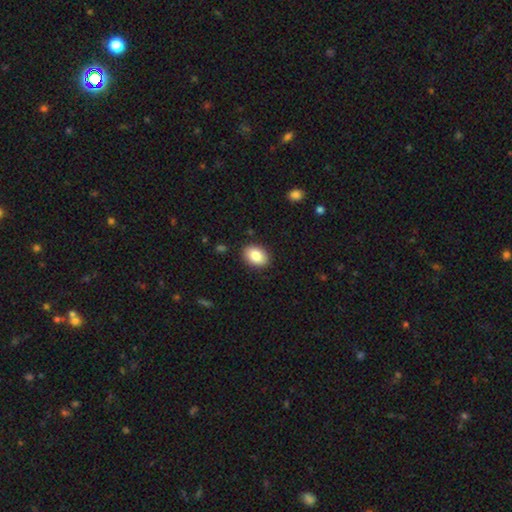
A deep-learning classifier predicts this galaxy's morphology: Smooth or featured? smooth (87%)
How rounded? in between (81%)
Merging? none (89%)